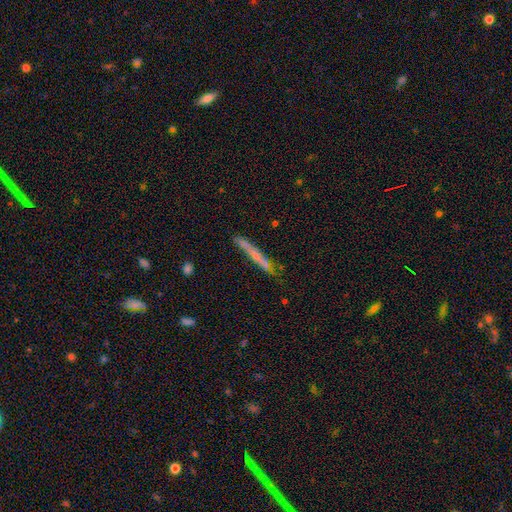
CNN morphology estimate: Smooth or featured? featured or disk (48%)
Merging? none (74%)